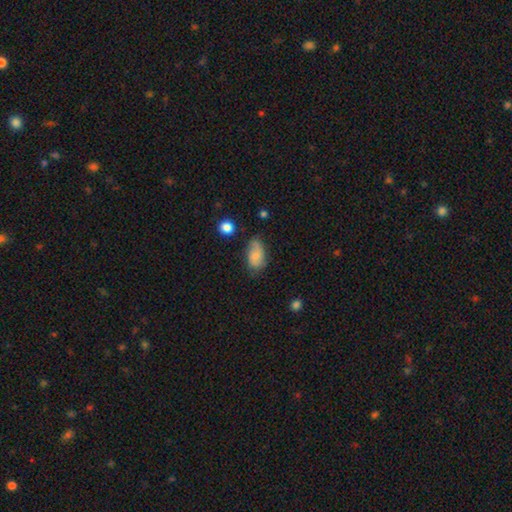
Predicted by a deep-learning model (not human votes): Smooth or featured: smooth — 72% (featured or disk — 20%)
How rounded: in between — 91% (round — 7%)
Merging: none — 57% (minor disturbance — 31%)